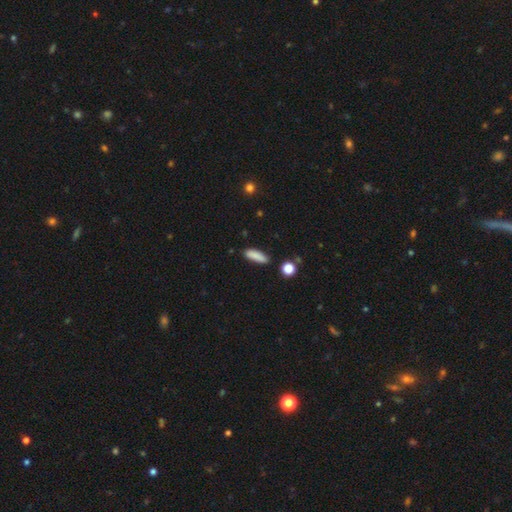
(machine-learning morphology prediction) Smooth or featured? Predicted: smooth (p=0.86). How rounded? Predicted: cigar-shaped (p=0.57). Merging? Predicted: none (p=0.84).